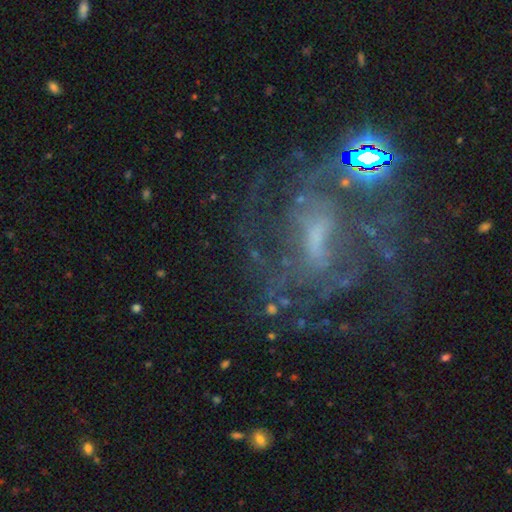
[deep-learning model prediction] smooth_or_featured: featured or disk (p=0.75) [alt: star or artifact p=0.16]
disk_edge_on: no (p=0.96) [alt: yes p=0.04]
bar: weak (p=0.45) [alt: no p=0.28]
has_spiral_arms: yes (p=0.82) [alt: no p=0.18]
spiral_winding: medium (p=0.43) [alt: tight p=0.38]
spiral_arm_count: can't tell (p=0.43) [alt: 2 p=0.24]
bulge_size: small (p=0.39) [alt: moderate p=0.28]
merging: none (p=0.57) [alt: major disturbance p=0.22]